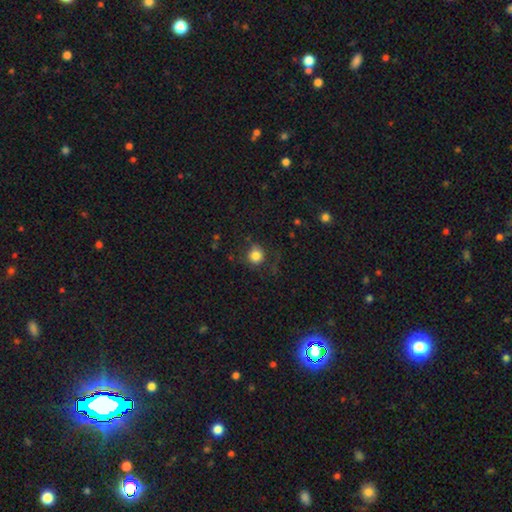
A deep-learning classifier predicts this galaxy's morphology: smooth 83%, star or artifact 11%, featured or disk 6%. Down the decision tree: how rounded — round (88%); merging — none (74%).